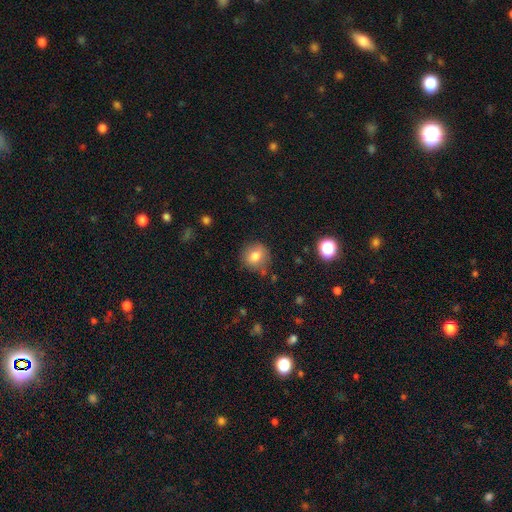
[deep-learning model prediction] A smooth galaxy with no disk features (78%) that is round (82%).

Vote fractions:
- Smooth or featured? smooth: 78% / featured or disk: 11% / star or artifact: 10%
- How rounded? round: 82% / in between: 17% / cigar-shaped: 1%
- Merging? none: 77% / minor disturbance: 16% / major disturbance: 4% / merger: 3%